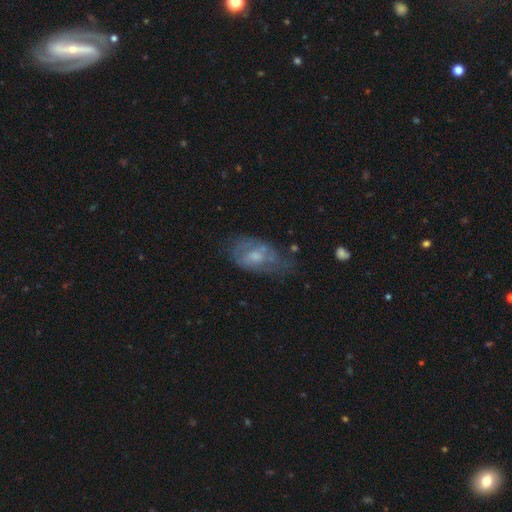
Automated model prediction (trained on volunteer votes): Smooth or featured: featured or disk — 53% (smooth — 39%)
Edge-on disk: no — 93% (yes — 7%)
Merging: none — 40% (minor disturbance — 31%)